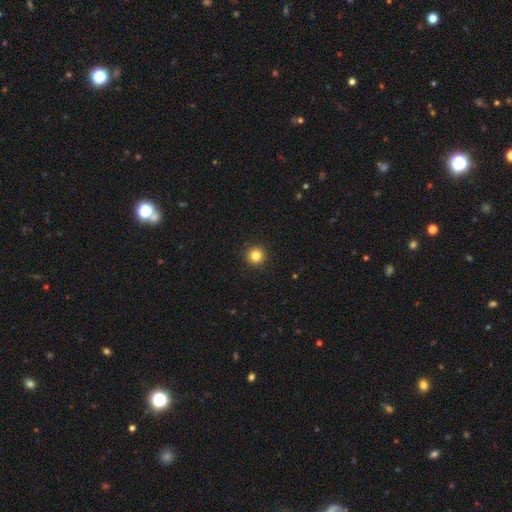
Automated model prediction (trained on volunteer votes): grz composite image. It shows a smooth galaxy with no disk features (83%) that is round (96%). Merging: none (93%).